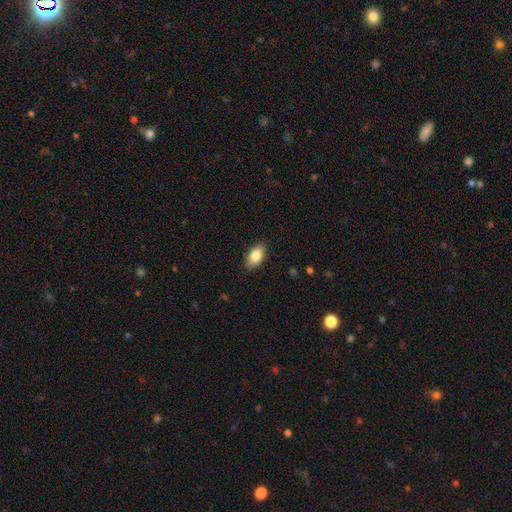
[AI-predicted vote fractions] Smooth or featured? Predicted: smooth (p=0.84). How rounded? Predicted: in between (p=0.92). Merging? Predicted: none (p=0.88).